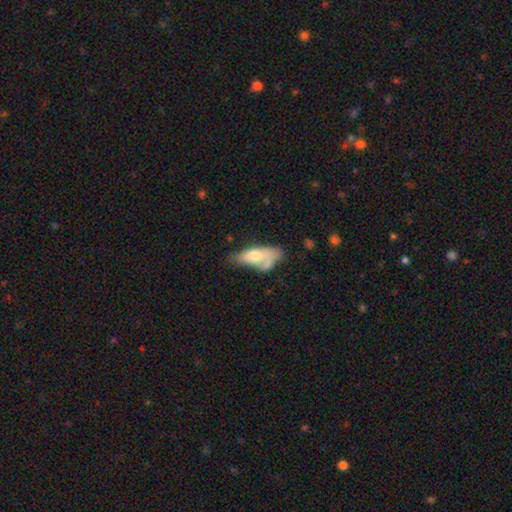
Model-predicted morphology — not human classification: Q: Smooth or featured?
A: smooth (61%); runner-up: featured or disk (32%)
Q: How rounded?
A: in between (77%); runner-up: cigar-shaped (19%)
Q: Merging?
A: merger (27%); runner-up: none (26%)